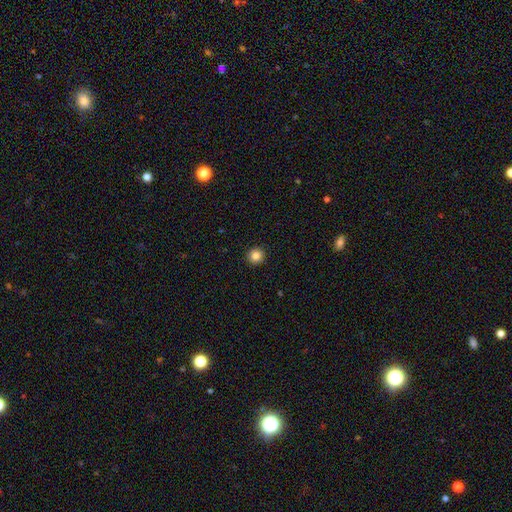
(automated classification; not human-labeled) Smooth or featured?
  - smooth: 85% *
  - star or artifact: 11%
  - featured or disk: 4%
How rounded?
  - round: 94% *
  - in between: 5%
  - cigar-shaped: 1%
Merging?
  - none: 93% *
  - minor disturbance: 4%
  - major disturbance: 2%
  - merger: 1%